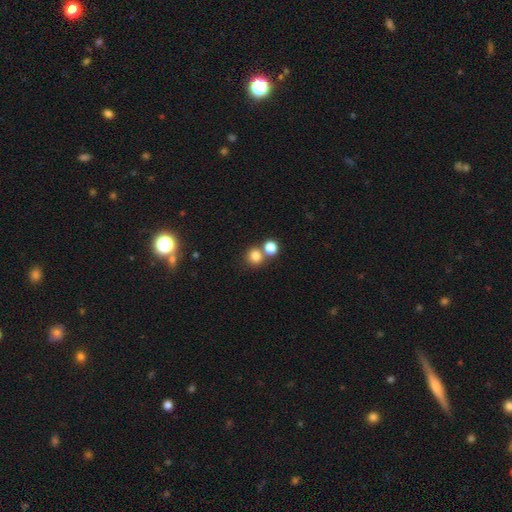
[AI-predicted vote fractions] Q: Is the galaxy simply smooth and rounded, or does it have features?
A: smooth — 80%.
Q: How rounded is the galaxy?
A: round — 87%.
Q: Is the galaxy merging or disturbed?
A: none — 58%.